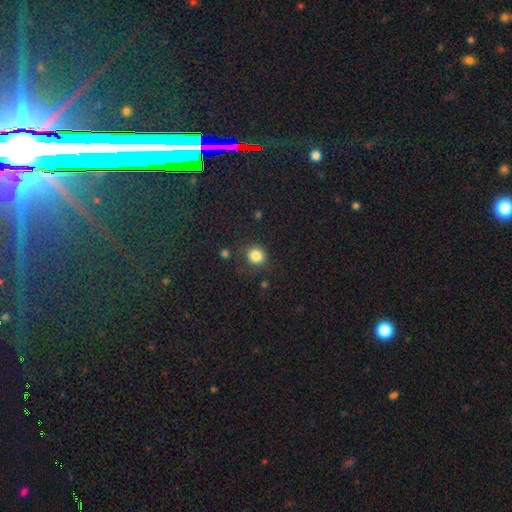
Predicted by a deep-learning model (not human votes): The model was most divided on "merging": none: 82%, minor disturbance: 11%, major disturbance: 4%, merger: 3%. More confident: how rounded — round (85%); smooth or featured — smooth (84%).